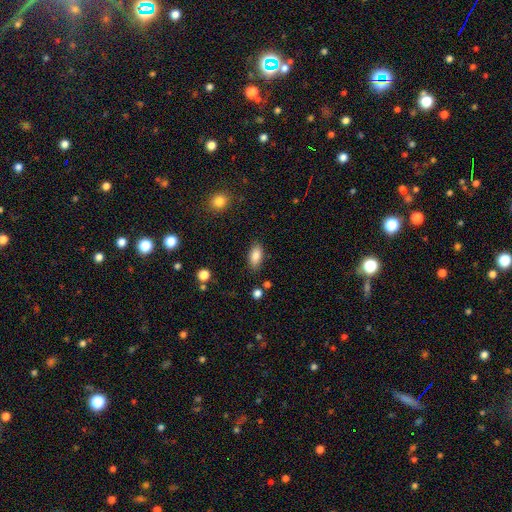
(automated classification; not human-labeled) smooth_or_featured: smooth (p=0.84) [alt: star or artifact p=0.08]
how_rounded: in between (p=0.89) [alt: cigar-shaped p=0.08]
merging: none (p=0.84) [alt: minor disturbance p=0.11]